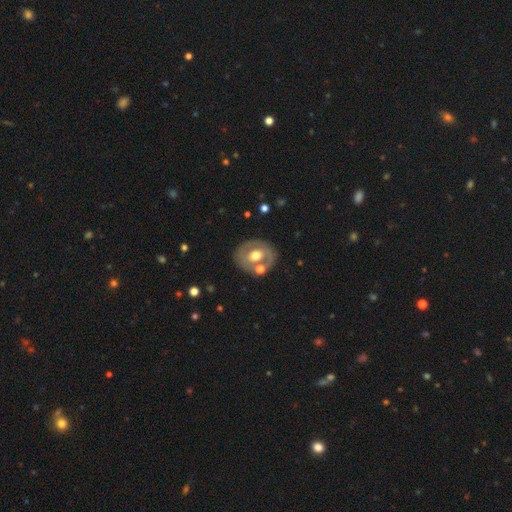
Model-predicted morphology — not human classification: Smooth or featured? featured or disk (56%)
Edge-on disk? no (95%)
Bar? no (66%)
Spiral arms? no (74%)
Bulge size? moderate (73%)
Merging? none (71%)